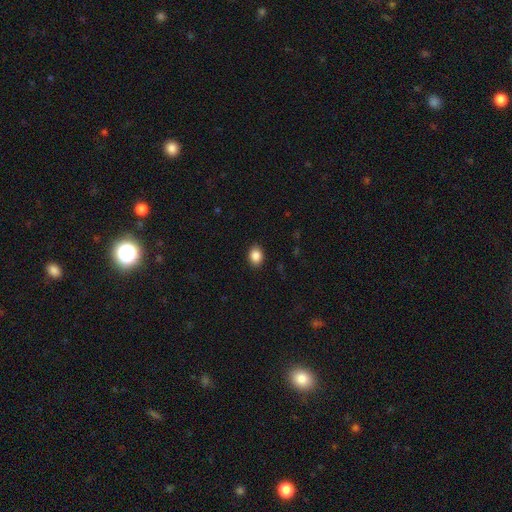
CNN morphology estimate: A smooth galaxy with no disk features (87%) that is in between round and cigar-shaped (61%). Merging: none (90%).